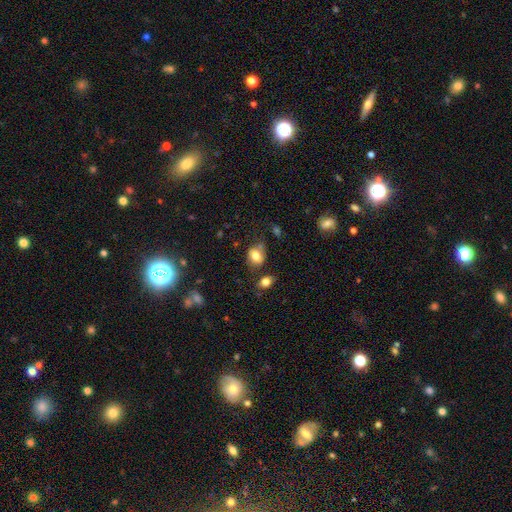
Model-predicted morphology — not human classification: type=smooth (76%); roundness=in between (53%); merging=none (56%).